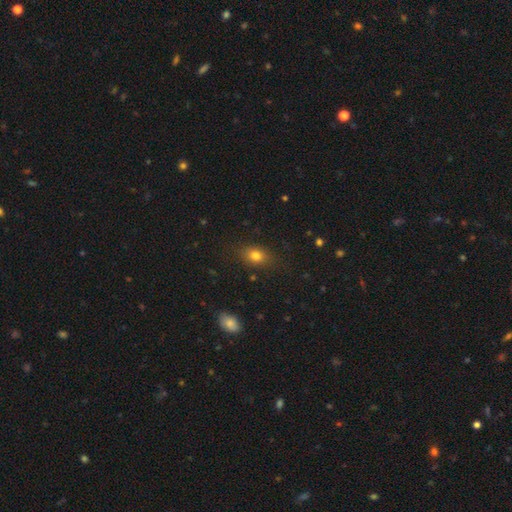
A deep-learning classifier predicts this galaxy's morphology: A smooth galaxy with no disk features (78%) that is in between round and cigar-shaped (66%). Merging: none (82%).